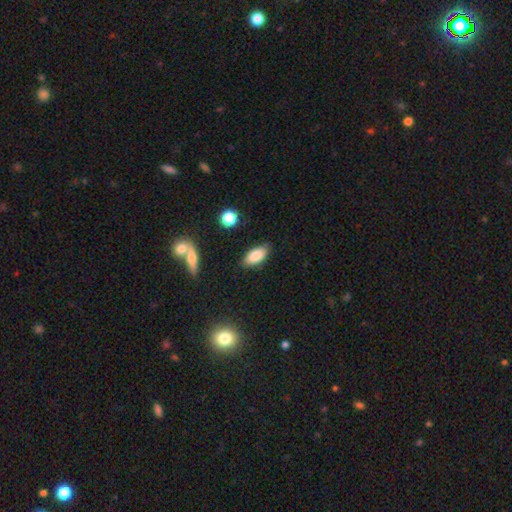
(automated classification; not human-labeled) Overall: smooth (86%). How rounded: in between (89%). Merging: none (82%).